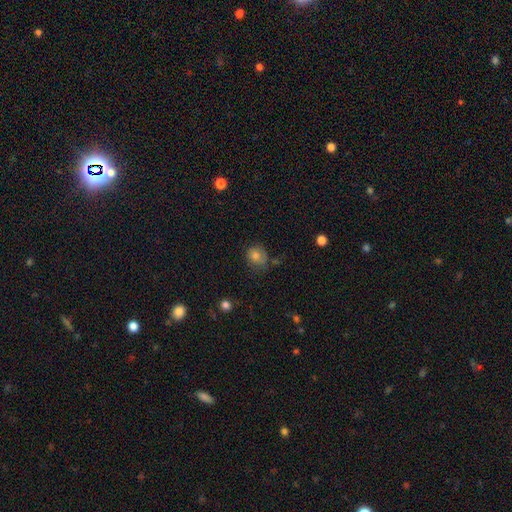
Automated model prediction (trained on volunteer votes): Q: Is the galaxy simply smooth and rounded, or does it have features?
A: smooth — 74%.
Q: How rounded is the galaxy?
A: round — 75%.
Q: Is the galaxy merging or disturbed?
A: none — 66%.